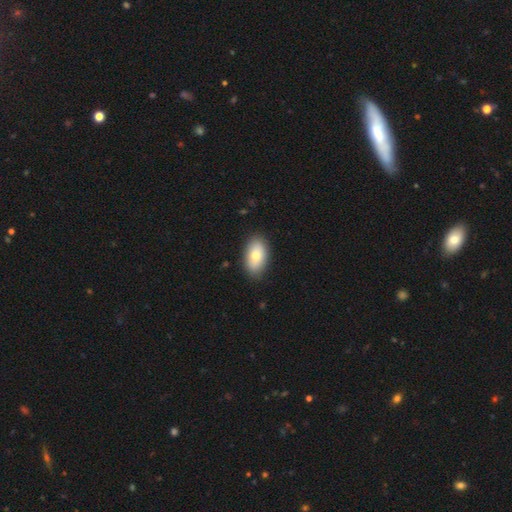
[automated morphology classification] A smooth galaxy with no disk features (75%) that is in between round and cigar-shaped (92%).

Vote fractions:
- Smooth or featured? smooth: 75% / featured or disk: 18% / star or artifact: 7%
- How rounded? in between: 92% / round: 6% / cigar-shaped: 2%
- Merging? none: 87% / minor disturbance: 10% / major disturbance: 2% / merger: 1%